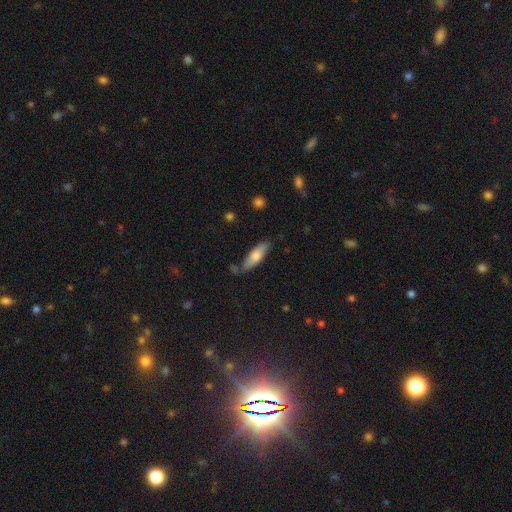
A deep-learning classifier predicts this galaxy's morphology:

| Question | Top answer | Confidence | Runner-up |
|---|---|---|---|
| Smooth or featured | smooth | 70% | featured or disk (24%) |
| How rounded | in between | 50% | cigar-shaped (48%) |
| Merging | none | 72% | minor disturbance (19%) |